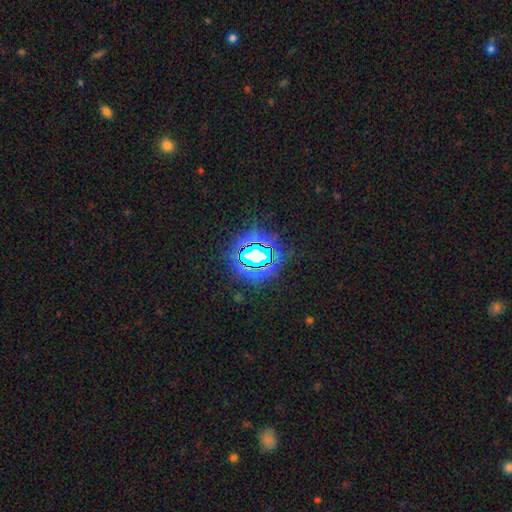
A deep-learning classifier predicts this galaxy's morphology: Q: Smooth or featured?
A: star or artifact (76%); runner-up: smooth (13%)